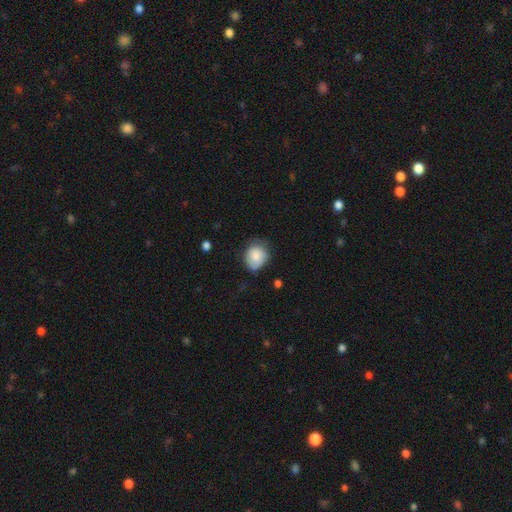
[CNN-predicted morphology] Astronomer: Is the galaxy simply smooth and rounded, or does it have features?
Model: smooth — 81%.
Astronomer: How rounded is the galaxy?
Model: round — 65%.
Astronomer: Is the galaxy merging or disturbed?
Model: none — 57% (runner-up: minor disturbance, 34%).